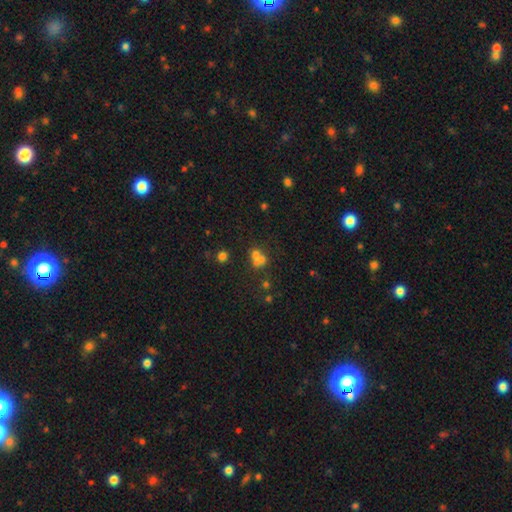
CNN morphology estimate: The model was most divided on "merging": merger: 57%, none: 32%, minor disturbance: 7%, major disturbance: 5%. More confident: how rounded — round (74%); smooth or featured — smooth (59%).